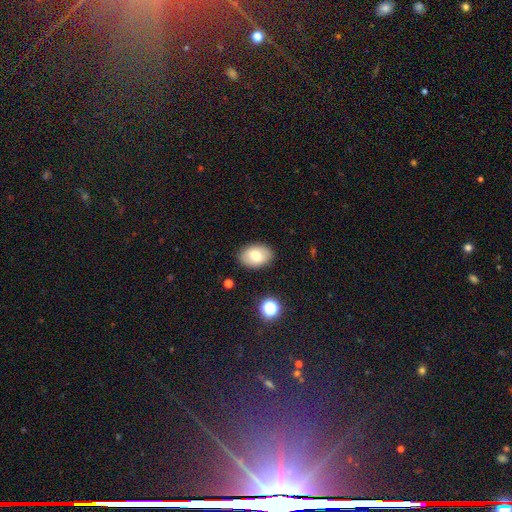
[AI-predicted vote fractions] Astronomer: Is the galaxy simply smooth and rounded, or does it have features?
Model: smooth — 75%.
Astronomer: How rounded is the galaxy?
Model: in between — 84%.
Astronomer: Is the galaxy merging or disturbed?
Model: none — 87%.